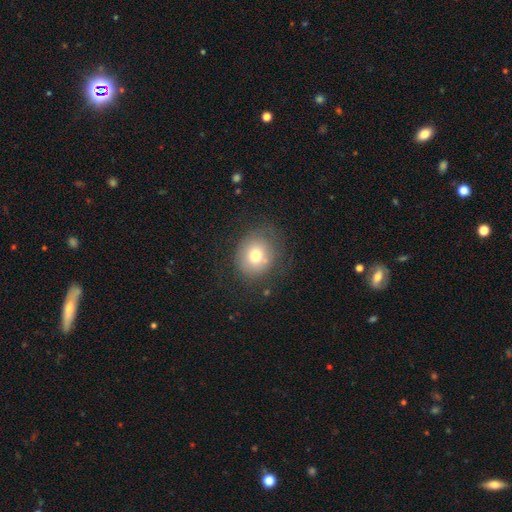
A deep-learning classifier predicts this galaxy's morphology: smooth 72%, featured or disk 16%, star or artifact 12%. Down the decision tree: how rounded — round (73%); merging — none (69%).